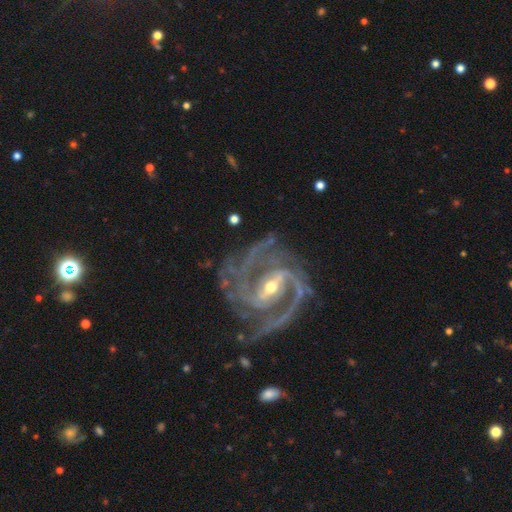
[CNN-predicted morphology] Smooth or featured?
  - featured or disk: 94% *
  - star or artifact: 4%
  - smooth: 2%
Edge-on disk?
  - no: 98% *
  - yes: 2%
Bar?
  - strong: 59% *
  - weak: 31%
  - no: 9%
Spiral arms?
  - yes: 99% *
  - no: 1%
Spiral winding?
  - medium: 51% *
  - tight: 40%
  - loose: 9%
Spiral arm count?
  - 2: 52% *
  - 3: 23%
  - can't tell: 8%
  - 4: 7%
  - more than 4: 5%
  - 1: 5%
Bulge size?
  - small: 54% *
  - moderate: 42%
  - large: 2%
  - none: 1%
  - dominant: 1%
Merging?
  - none: 68% *
  - minor disturbance: 18%
  - major disturbance: 12%
  - merger: 2%